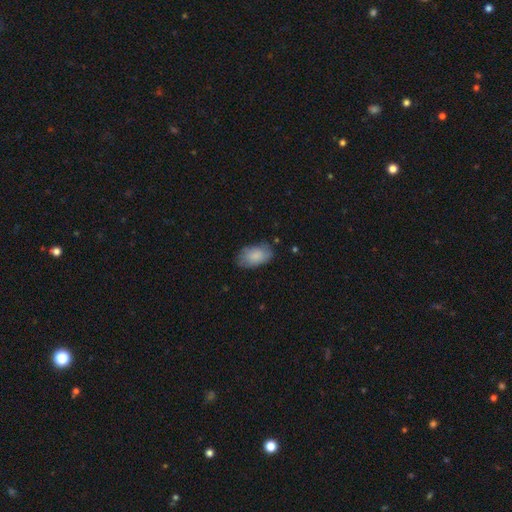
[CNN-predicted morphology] Smooth or featured?
  - smooth: 83% *
  - featured or disk: 11%
  - star or artifact: 6%
How rounded?
  - in between: 93% *
  - round: 5%
  - cigar-shaped: 1%
Merging?
  - none: 72% *
  - minor disturbance: 22%
  - major disturbance: 5%
  - merger: 2%